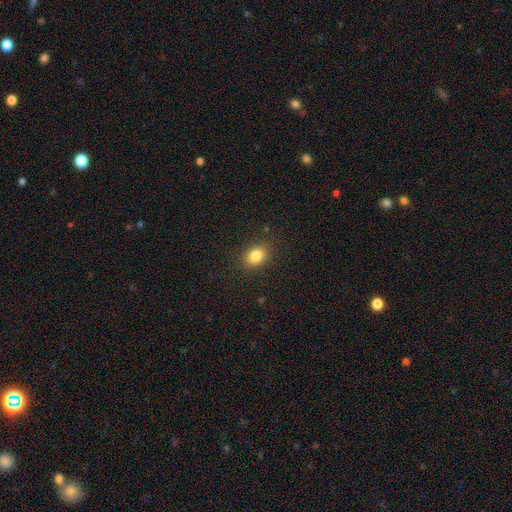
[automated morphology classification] Smooth or featured? Predicted: smooth (p=0.83). How rounded? Predicted: in between (p=0.67). Merging? Predicted: none (p=0.87).